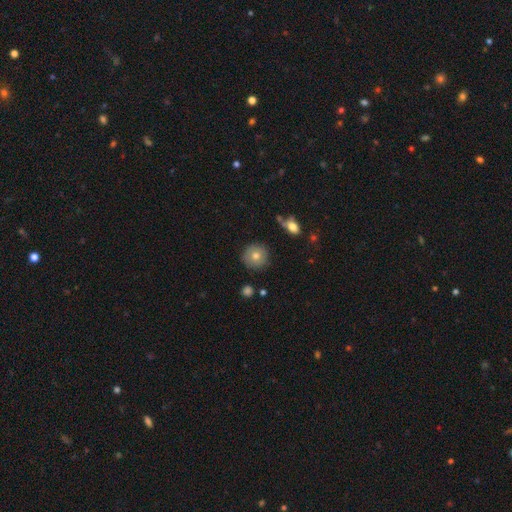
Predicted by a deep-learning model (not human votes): Smooth or featured: smooth — 73% (featured or disk — 17%)
How rounded: round — 94% (in between — 5%)
Merging: none — 85% (minor disturbance — 10%)